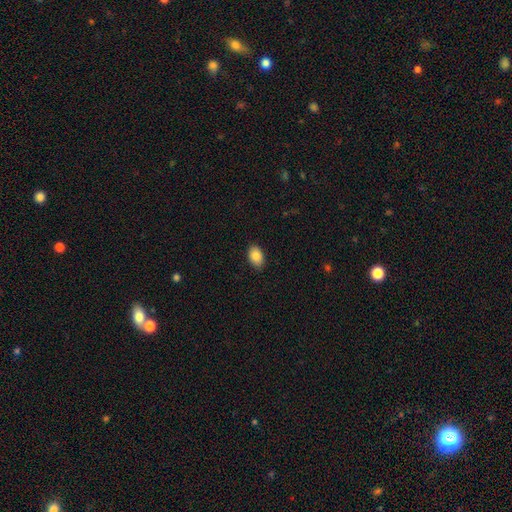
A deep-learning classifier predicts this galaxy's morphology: smooth-or-featured: smooth: 87% | star or artifact: 7% | featured or disk: 6%
  how-rounded: in between: 87% | round: 12% | cigar-shaped: 1%
  merging: none: 88% | minor disturbance: 9% | major disturbance: 2% | merger: 1%